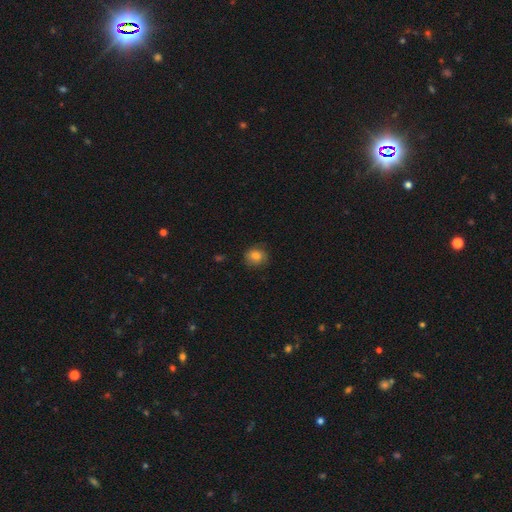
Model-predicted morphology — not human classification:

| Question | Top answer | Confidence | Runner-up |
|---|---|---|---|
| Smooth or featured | smooth | 78% | featured or disk (12%) |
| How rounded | round | 78% | in between (21%) |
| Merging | none | 78% | minor disturbance (17%) |